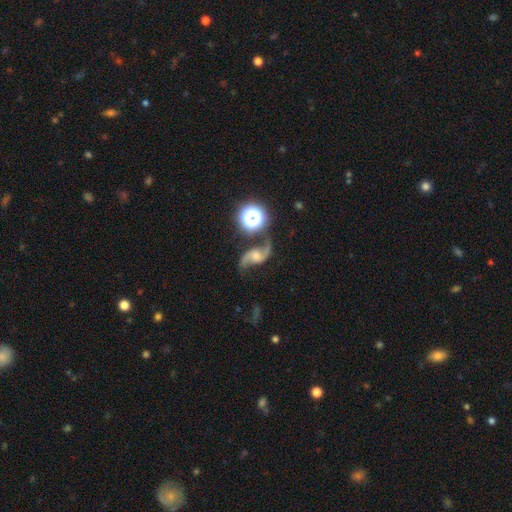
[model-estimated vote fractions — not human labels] featured or disk 82%, star or artifact 10%, smooth 8%. Down the decision tree: edge-on disk — no (97%); bar — no (51%); spiral arms — yes (97%); spiral arm count — 2 (93%); spiral winding — loose (79%); bulge size — moderate (38%); merging — none (66%).